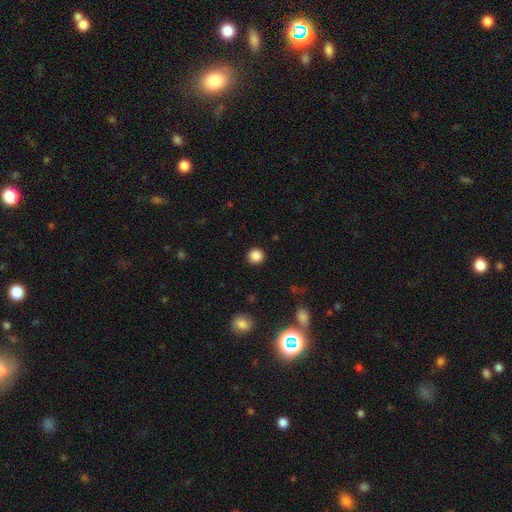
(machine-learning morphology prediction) A smooth galaxy with no disk features (87%) that is round (94%). Merging: none (92%).